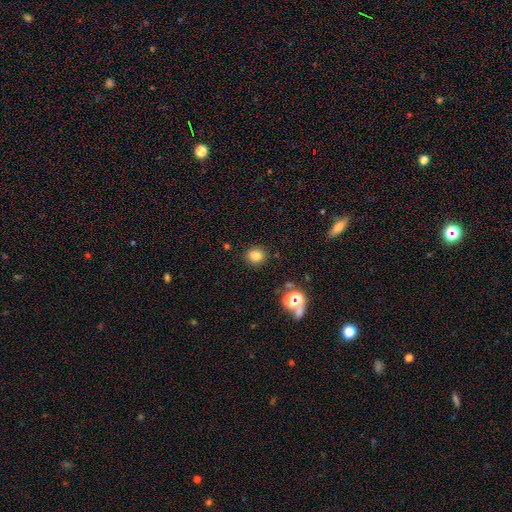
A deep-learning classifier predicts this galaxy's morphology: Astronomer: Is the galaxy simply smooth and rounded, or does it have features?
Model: smooth — 78%.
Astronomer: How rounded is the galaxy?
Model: round — 70%.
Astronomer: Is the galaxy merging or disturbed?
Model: none — 87%.